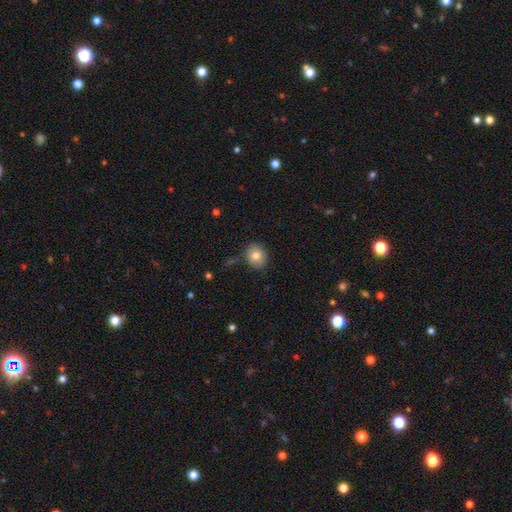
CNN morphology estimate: This appears to be a smooth galaxy with no disk features (81%) that is round (64%). Merging: none (82%).